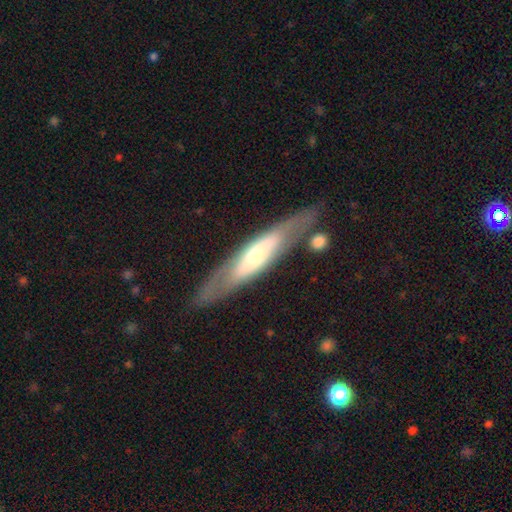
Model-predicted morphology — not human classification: Smooth or featured?
  - featured or disk: 59% *
  - smooth: 35%
  - star or artifact: 6%
Edge-on disk?
  - yes: 58% *
  - no: 42%
Merging?
  - none: 76% *
  - minor disturbance: 14%
  - major disturbance: 5%
  - merger: 5%